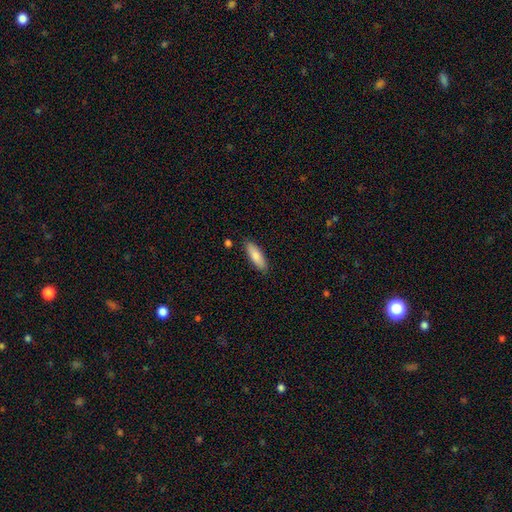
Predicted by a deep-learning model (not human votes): Overall: smooth (82%). How rounded: in between (55%; cigar-shaped 44%). Merging: none (86%).